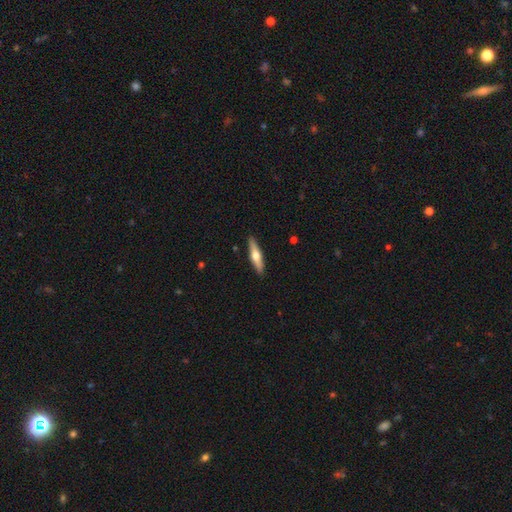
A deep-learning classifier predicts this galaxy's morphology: The model was most divided on "smooth or featured": featured or disk: 48%, smooth: 47%, star or artifact: 5%. More confident: merging — none (90%).